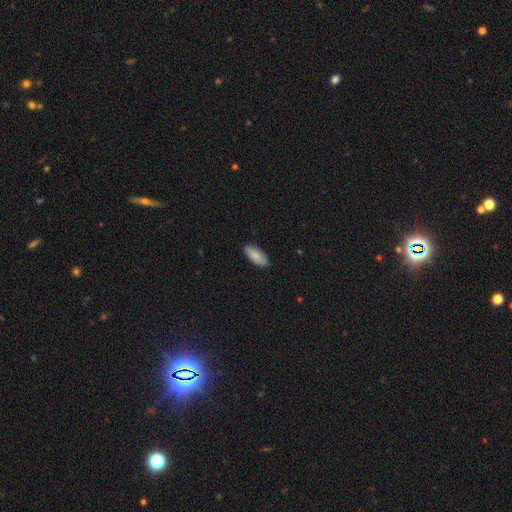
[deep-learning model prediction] This is clearly a smooth galaxy (86%). How rounded: likely in between (75%). Merging: clearly none (87%).